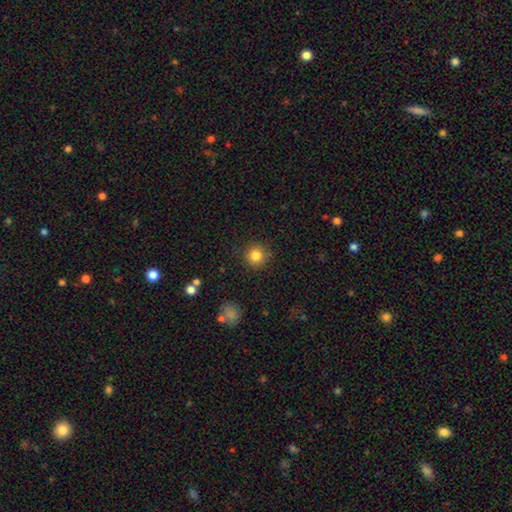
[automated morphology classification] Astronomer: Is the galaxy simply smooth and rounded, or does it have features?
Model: smooth — 84%.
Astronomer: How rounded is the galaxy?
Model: round — 94%.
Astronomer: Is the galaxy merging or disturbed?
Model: none — 89%.